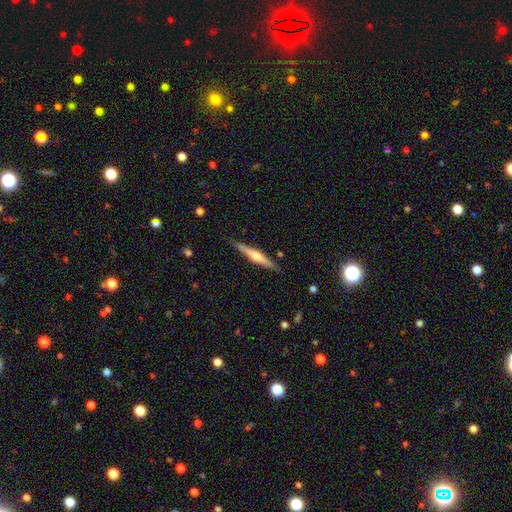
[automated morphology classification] smooth-or-featured: featured or disk: 65% | smooth: 29% | star or artifact: 5%
  disk-edge-on: yes: 97% | no: 3%
    edge-on-bulge: rounded: 84% | none: 8% | boxy: 7%
  merging: none: 88% | minor disturbance: 9% | major disturbance: 2% | merger: 1%